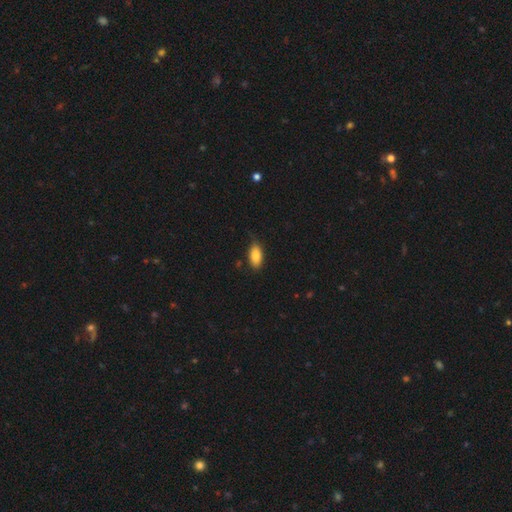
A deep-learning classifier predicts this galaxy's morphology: A smooth galaxy with no disk features (85%) that is in between round and cigar-shaped (91%). Merging: none (72%).